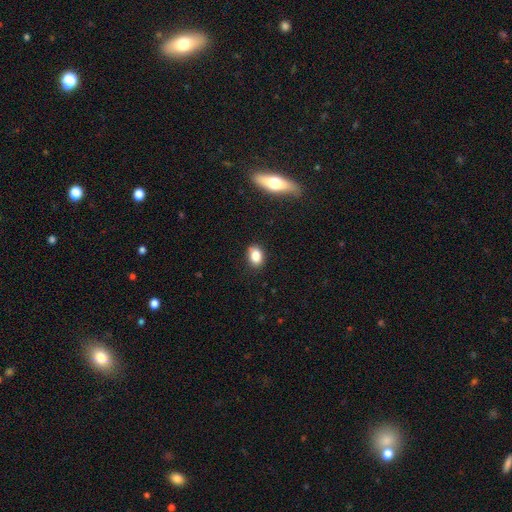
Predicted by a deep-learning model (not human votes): smooth-or-featured: smooth: 83% | star or artifact: 10% | featured or disk: 7%
  how-rounded: in between: 74% | round: 24% | cigar-shaped: 2%
  merging: none: 83% | minor disturbance: 13% | major disturbance: 3% | merger: 2%